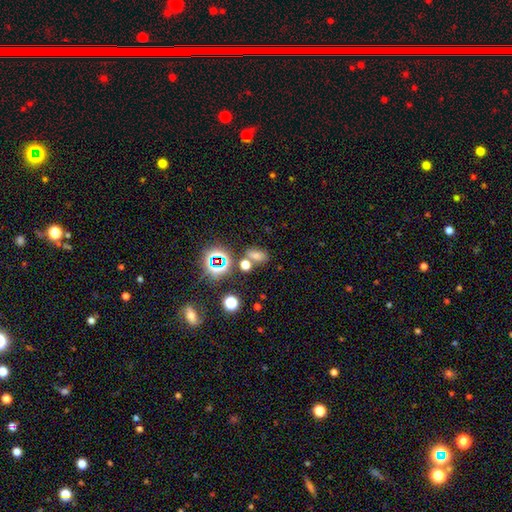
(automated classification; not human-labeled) smooth-or-featured: smooth: 59% | star or artifact: 32% | featured or disk: 9%
  how-rounded: in between: 78% | round: 16% | cigar-shaped: 6%
  merging: none: 64% | merger: 19% | minor disturbance: 12% | major disturbance: 5%